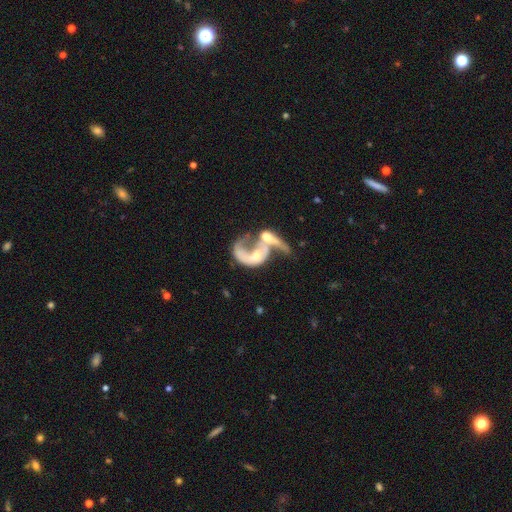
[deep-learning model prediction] smooth_or_featured: featured or disk (p=0.73) [alt: smooth p=0.20]
disk_edge_on: no (p=0.96) [alt: yes p=0.04]
bar: no (p=0.71) [alt: weak p=0.22]
has_spiral_arms: yes (p=0.66) [alt: no p=0.34]
bulge_size: moderate (p=0.44) [alt: small p=0.35]
merging: merger (p=0.65) [alt: major disturbance p=0.21]